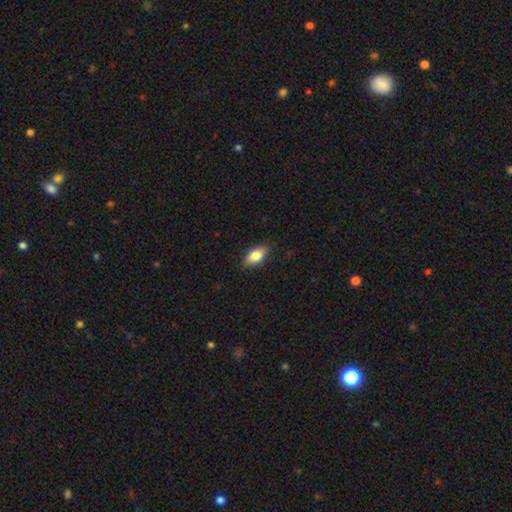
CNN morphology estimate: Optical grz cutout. It shows a smooth galaxy with no disk features (79%) that is in between round and cigar-shaped (87%). Merging: none (86%).